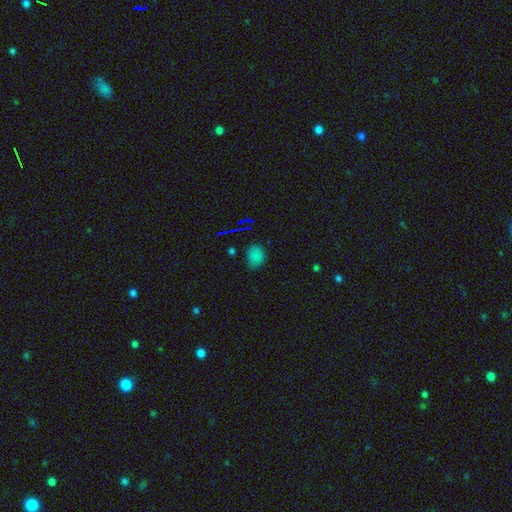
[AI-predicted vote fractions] A smooth galaxy with no disk features (73%) that is in between round and cigar-shaped (56%). Merging: none (76%).